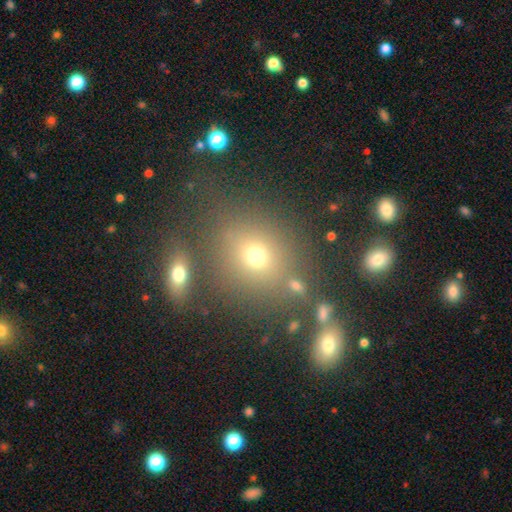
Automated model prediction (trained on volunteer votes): This is likely a smooth galaxy (67%). How rounded: likely round (71%). Merging: likely none (72%).